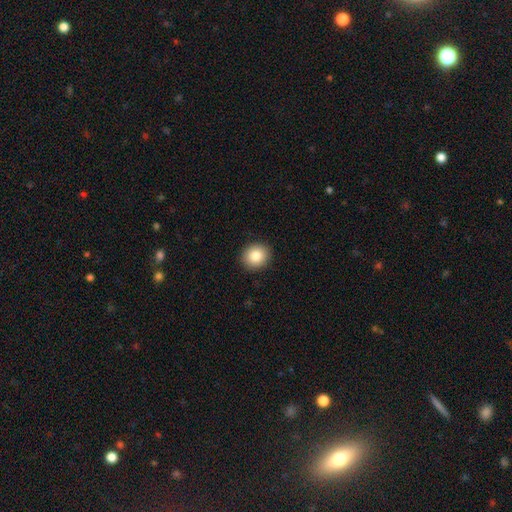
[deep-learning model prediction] Morphology: type=smooth (84%); roundness=round (77%); merging=none (92%).